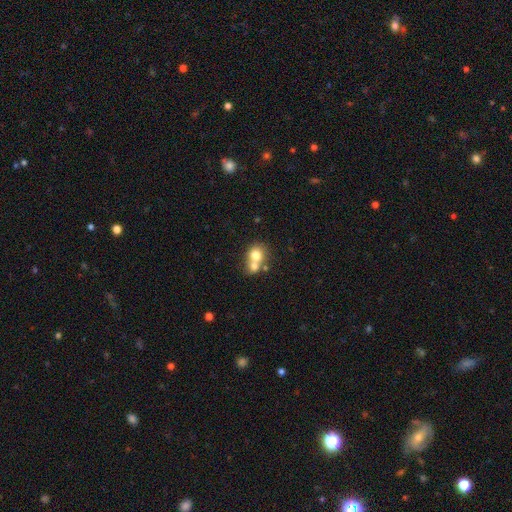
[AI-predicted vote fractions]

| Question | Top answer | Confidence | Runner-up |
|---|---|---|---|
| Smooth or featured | smooth | 72% | featured or disk (18%) |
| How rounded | round | 72% | in between (27%) |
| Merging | merger | 62% | none (28%) |